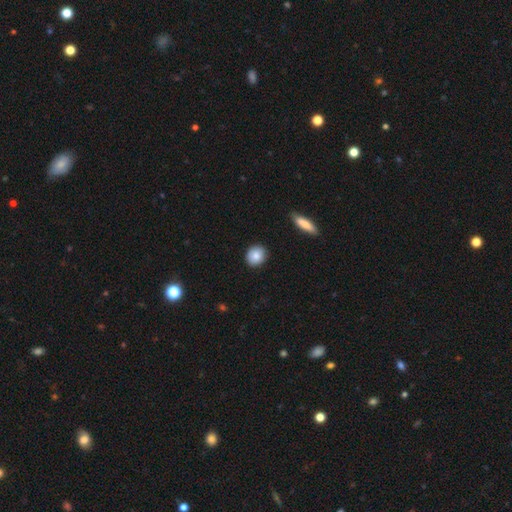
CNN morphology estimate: smooth 86%, star or artifact 7%, featured or disk 6%. Down the decision tree: how rounded — round (73%); merging — none (90%).